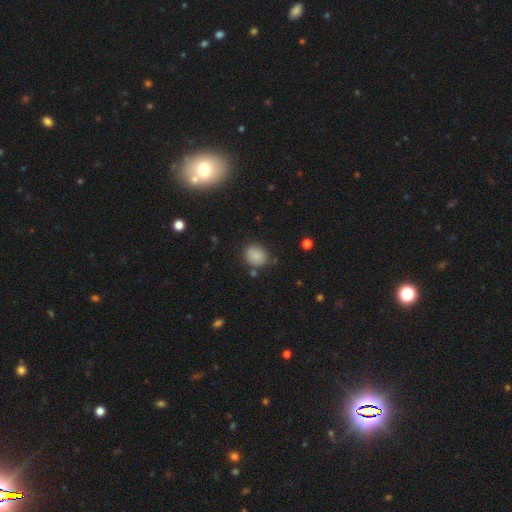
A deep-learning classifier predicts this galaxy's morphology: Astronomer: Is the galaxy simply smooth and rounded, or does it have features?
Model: smooth — 85%.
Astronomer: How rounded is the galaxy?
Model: round — 64%.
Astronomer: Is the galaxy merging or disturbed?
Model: none — 77%.